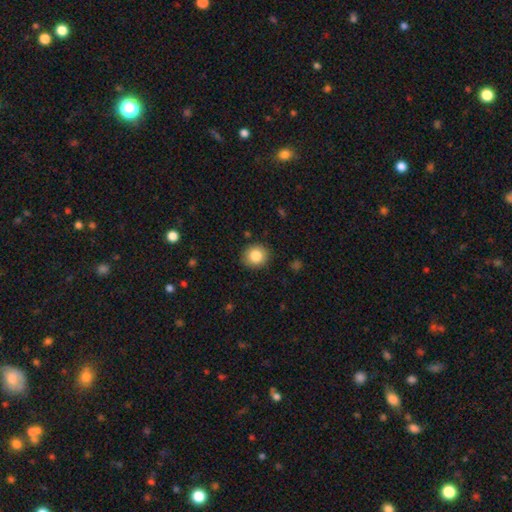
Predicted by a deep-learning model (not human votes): Overall: smooth (84%). How rounded: round (86%). Merging: none (90%).